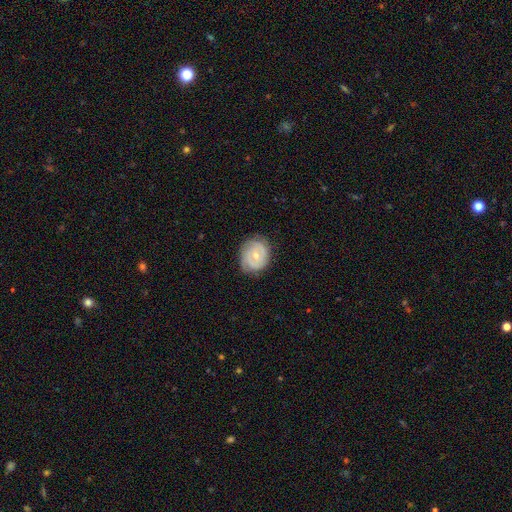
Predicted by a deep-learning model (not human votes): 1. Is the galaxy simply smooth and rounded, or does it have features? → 60% featured or disk, 33% smooth, 7% star or artifact.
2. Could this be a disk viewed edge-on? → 97% no, 3% yes.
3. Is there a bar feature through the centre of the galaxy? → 65% no, 29% weak, 6% strong.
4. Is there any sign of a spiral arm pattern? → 79% yes, 21% no.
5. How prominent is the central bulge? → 50% small, 47% moderate, 1% large, 1% none, 1% dominant.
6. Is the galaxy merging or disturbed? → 74% none, 20% minor disturbance, 5% major disturbance, 1% merger.